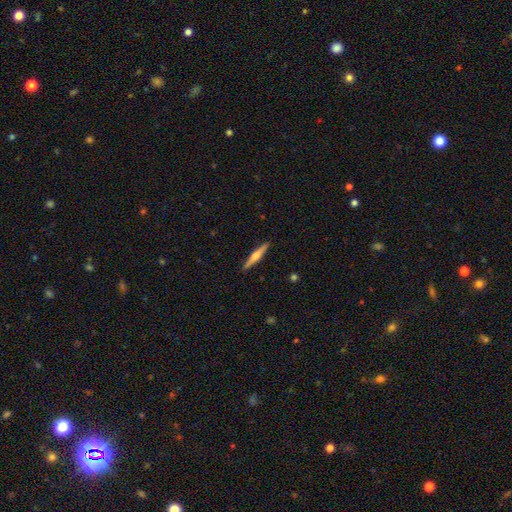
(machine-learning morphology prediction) type=featured or disk (57%); edge-on=yes (97%); edge-on bulge=rounded (86%); merging=none (91%).